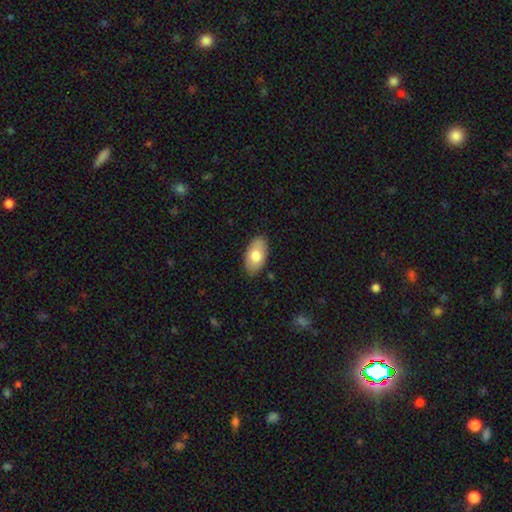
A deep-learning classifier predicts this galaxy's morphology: Smooth or featured? smooth (73%)
How rounded? in between (94%)
Merging? none (85%)